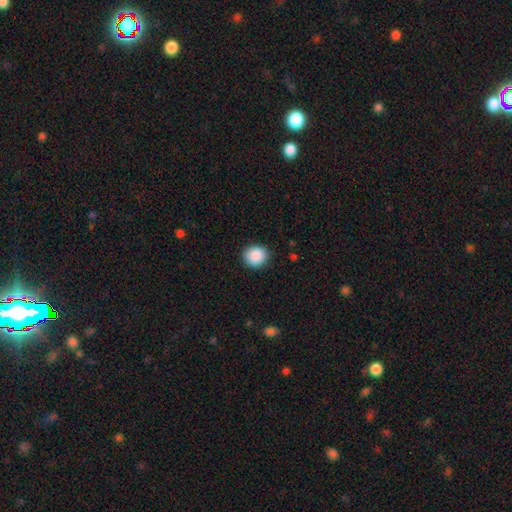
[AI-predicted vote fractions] The model was most divided on "how rounded": round: 82%, in between: 17%, cigar-shaped: 1%. More confident: merging — none (89%); smooth or featured — smooth (89%).